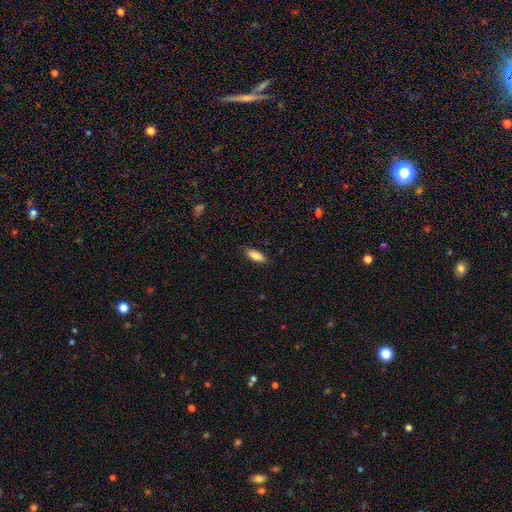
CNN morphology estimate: smooth-or-featured: smooth: 83% | featured or disk: 11% | star or artifact: 7%
  how-rounded: in between: 74% | cigar-shaped: 24% | round: 2%
  merging: none: 88% | minor disturbance: 9% | major disturbance: 2% | merger: 1%